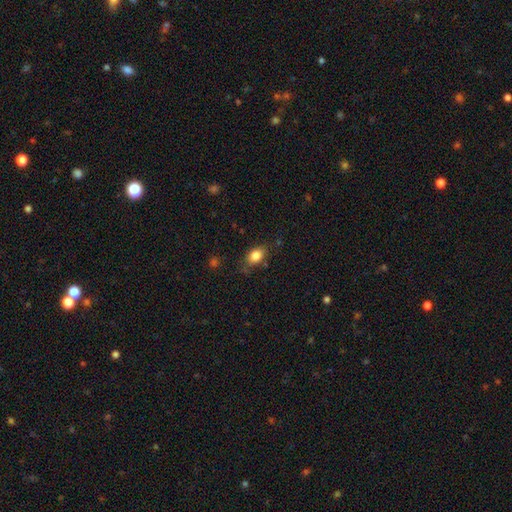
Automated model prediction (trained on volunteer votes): smooth 83%, featured or disk 9%, star or artifact 8%. Down the decision tree: how rounded — in between (83%); merging — none (73%).